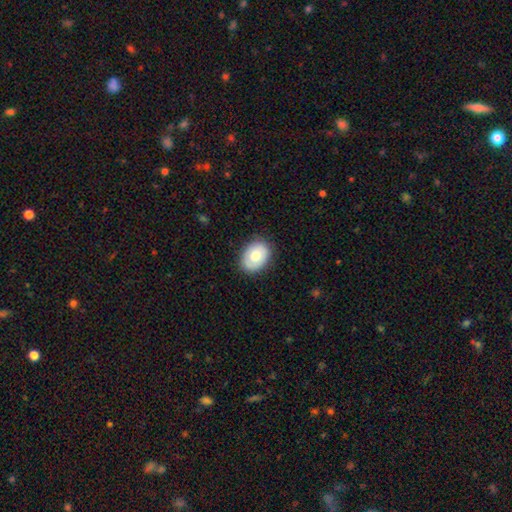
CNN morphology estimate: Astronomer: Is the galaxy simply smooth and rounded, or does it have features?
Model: smooth — 76%.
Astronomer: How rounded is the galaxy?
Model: in between — 69%.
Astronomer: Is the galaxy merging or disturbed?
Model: none — 83%.